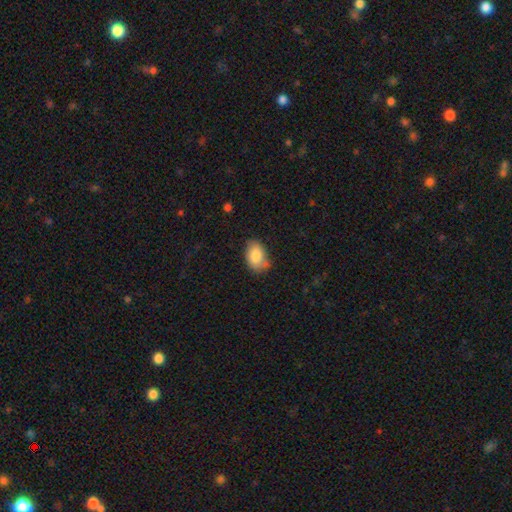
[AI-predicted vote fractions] smooth-or-featured: smooth: 82% | featured or disk: 11% | star or artifact: 7%
  how-rounded: in between: 87% | round: 12% | cigar-shaped: 1%
  merging: none: 69% | minor disturbance: 24% | major disturbance: 4% | merger: 3%